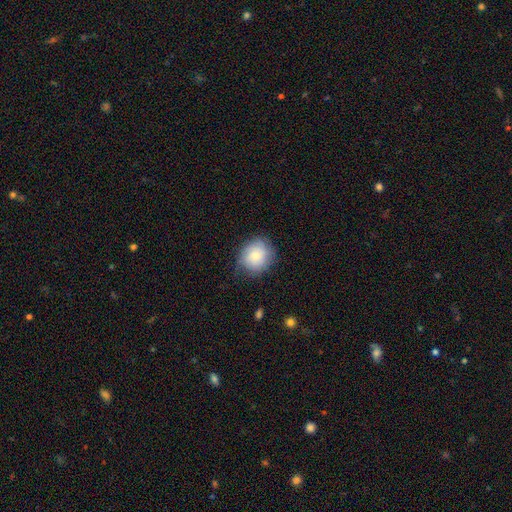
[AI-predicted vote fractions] This appears to be a smooth galaxy with no disk features (78%) that is round (80%). Merging: none (73%).